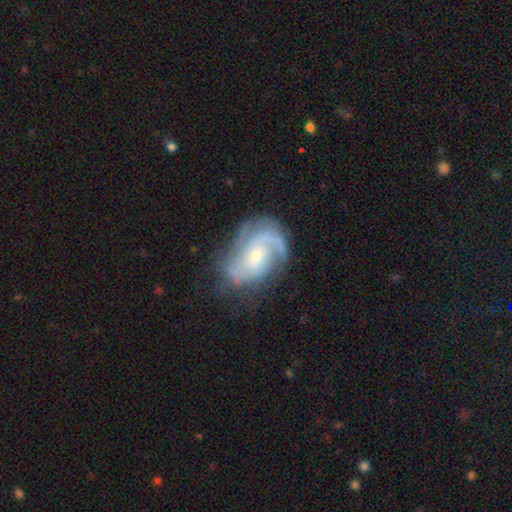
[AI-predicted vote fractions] smooth-or-featured: featured or disk: 85% | smooth: 10% | star or artifact: 6%
  disk-edge-on: no: 97% | yes: 3%
    bar: no: 60% | weak: 34% | strong: 6%
    has-spiral-arms: yes: 95% | no: 5%
      spiral-winding: medium: 44% | tight: 38% | loose: 18%
      spiral-arm-count: 2: 45% | can't tell: 18% | 3: 17% | 1: 13% | 4: 4% | more than 4: 3%
    bulge-size: small: 53% | moderate: 41% | large: 3% | none: 3% | dominant: 1%
  merging: none: 63% | minor disturbance: 21% | major disturbance: 14% | merger: 2%